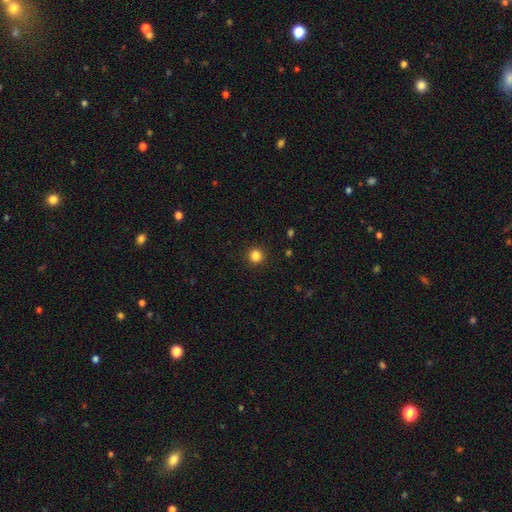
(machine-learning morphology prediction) smooth 84%, star or artifact 12%, featured or disk 4%. Down the decision tree: how rounded — round (94%); merging — none (92%).